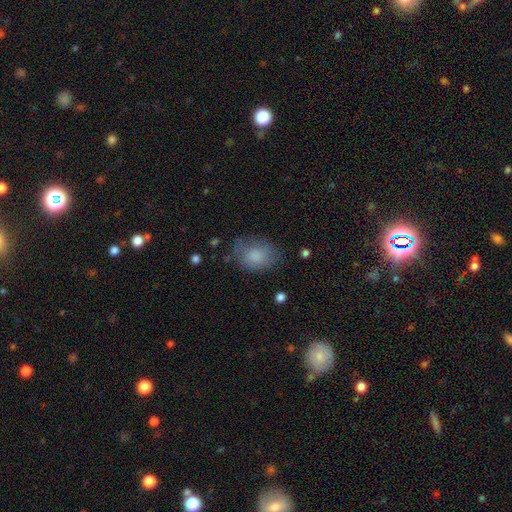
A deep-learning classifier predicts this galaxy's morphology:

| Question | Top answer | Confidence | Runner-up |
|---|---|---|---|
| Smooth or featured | smooth | 79% | featured or disk (12%) |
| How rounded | in between | 64% | round (34%) |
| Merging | none | 61% | minor disturbance (25%) |